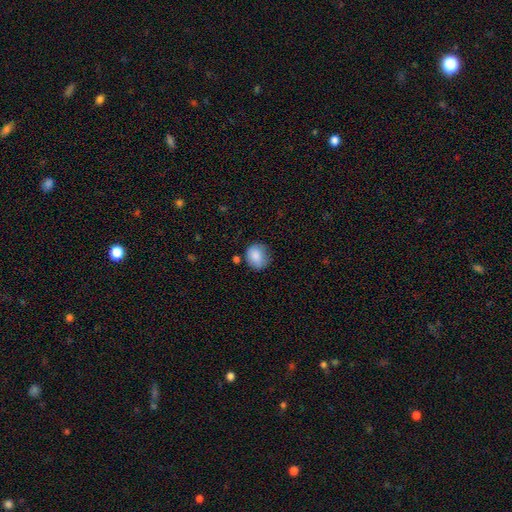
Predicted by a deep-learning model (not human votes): Q: Smooth or featured?
A: smooth (84%); runner-up: featured or disk (8%)
Q: How rounded?
A: round (72%); runner-up: in between (27%)
Q: Merging?
A: none (68%); runner-up: minor disturbance (23%)